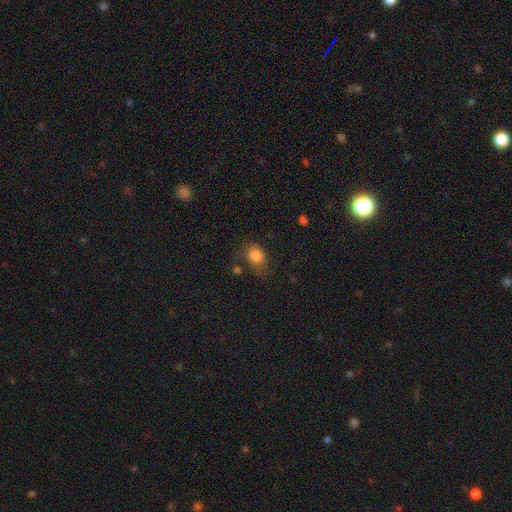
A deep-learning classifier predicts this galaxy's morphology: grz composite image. It shows a smooth galaxy with no disk features (81%) that is in between round and cigar-shaped (61%). Merging: none (48%).